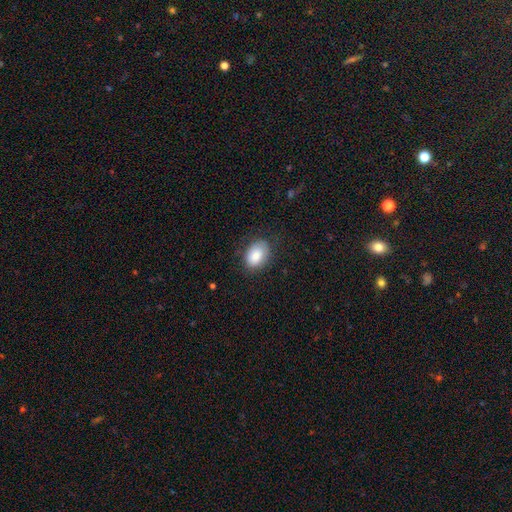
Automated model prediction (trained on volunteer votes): Smooth or featured: smooth — 85% (featured or disk — 8%)
How rounded: in between — 78% (round — 21%)
Merging: none — 78% (minor disturbance — 16%)